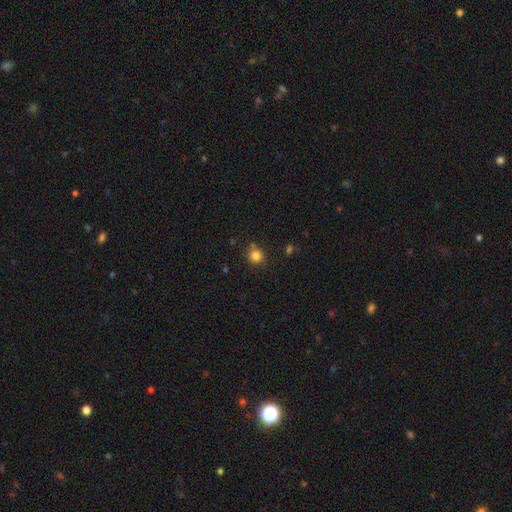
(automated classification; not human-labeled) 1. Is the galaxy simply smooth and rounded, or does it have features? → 83% smooth, 12% star or artifact, 5% featured or disk.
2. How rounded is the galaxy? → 89% round, 10% in between, 1% cigar-shaped.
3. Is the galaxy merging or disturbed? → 78% none, 12% minor disturbance, 6% merger, 3% major disturbance.